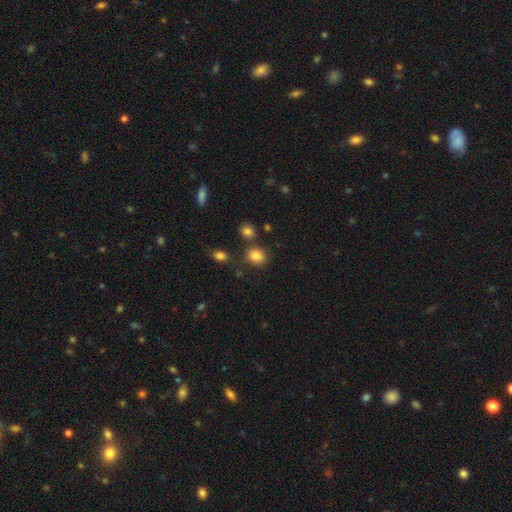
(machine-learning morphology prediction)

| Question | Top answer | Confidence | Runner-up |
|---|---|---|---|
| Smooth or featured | smooth | 84% | star or artifact (11%) |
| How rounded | round | 54% | in between (45%) |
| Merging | none | 73% | minor disturbance (13%) |